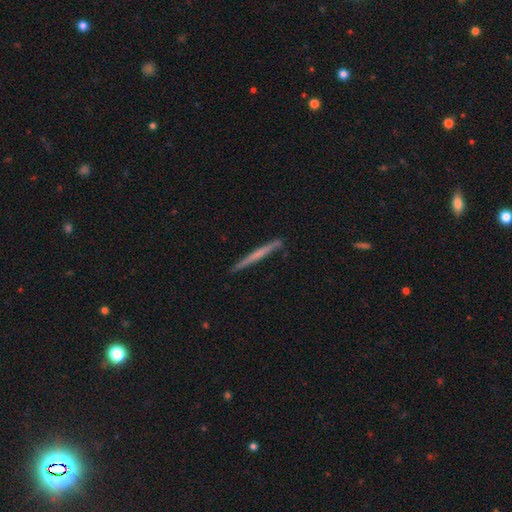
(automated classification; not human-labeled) Smooth or featured?
  - featured or disk: 49% *
  - smooth: 40%
  - star or artifact: 11%
Merging?
  - none: 88% *
  - minor disturbance: 8%
  - major disturbance: 2%
  - merger: 2%